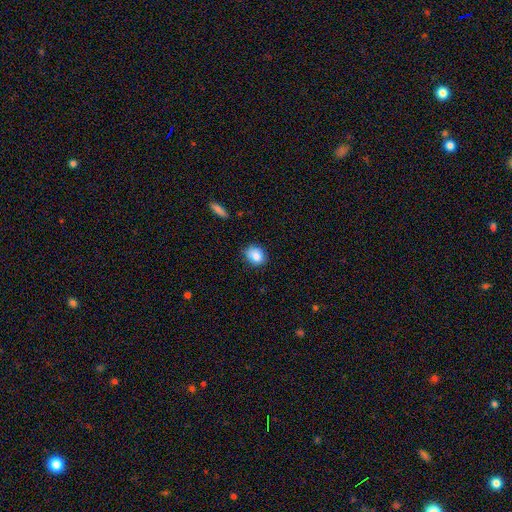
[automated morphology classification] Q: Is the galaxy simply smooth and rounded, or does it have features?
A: smooth — 85%.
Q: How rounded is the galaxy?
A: round — 56%.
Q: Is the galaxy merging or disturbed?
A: none — 78%.